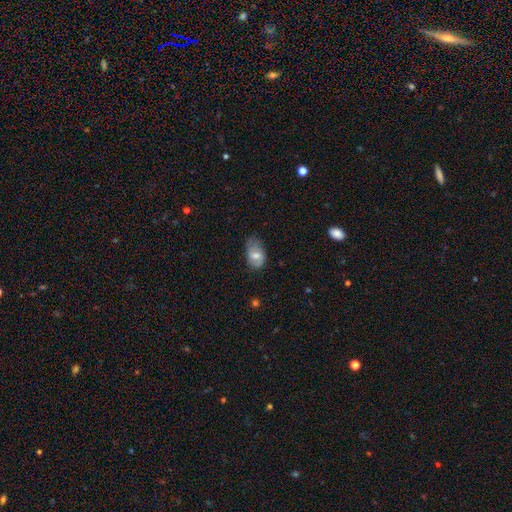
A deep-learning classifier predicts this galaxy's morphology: A smooth galaxy with no disk features (61%) that is in between round and cigar-shaped (89%).

Vote fractions:
- Smooth or featured? smooth: 61% / featured or disk: 31% / star or artifact: 8%
- How rounded? in between: 89% / round: 9% / cigar-shaped: 2%
- Merging? none: 50% / minor disturbance: 37% / major disturbance: 11% / merger: 2%